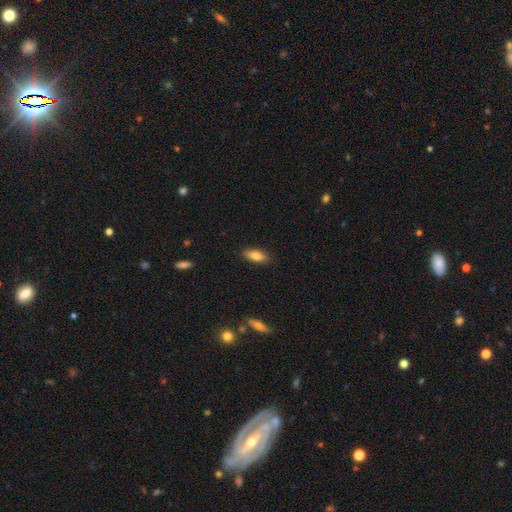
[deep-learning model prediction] Morphology: type=smooth (77%); roundness=in between (70%); merging=none (87%).